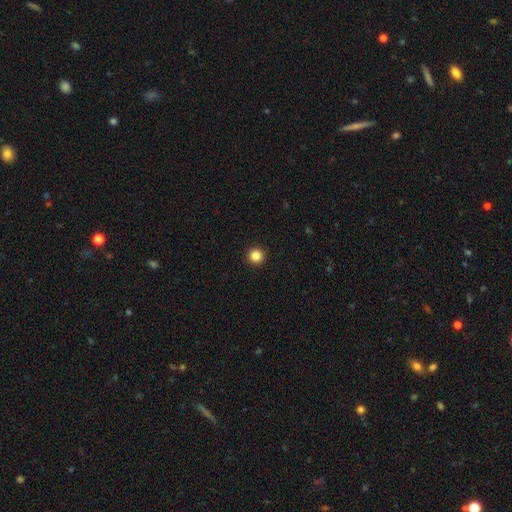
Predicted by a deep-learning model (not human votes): This appears to be a smooth galaxy with no disk features (85%) that is round (96%). Merging: none (94%).